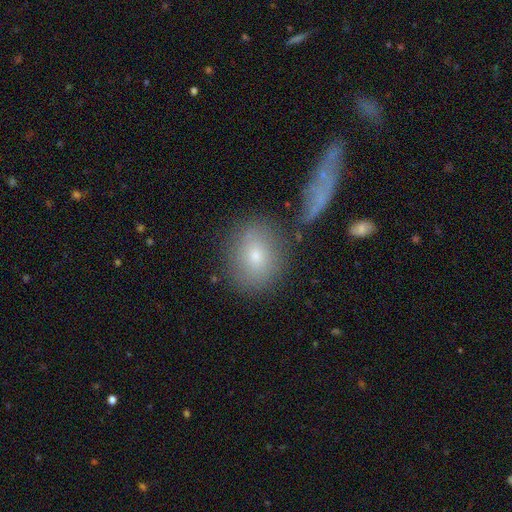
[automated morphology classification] Smooth or featured: smooth — 72% (featured or disk — 18%)
How rounded: round — 61% (in between — 37%)
Merging: none — 73% (minor disturbance — 13%)